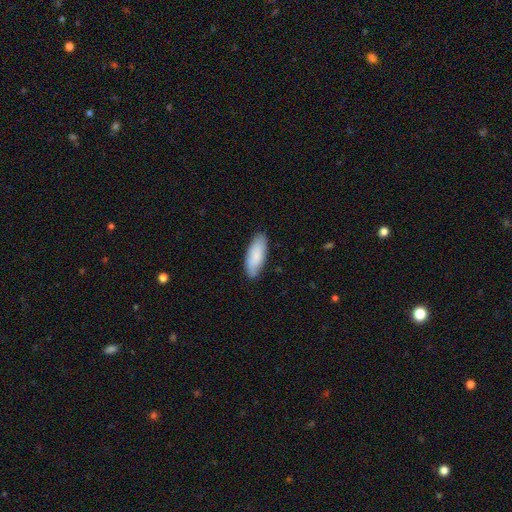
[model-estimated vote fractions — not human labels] Smooth or featured?
  - smooth: 83% *
  - featured or disk: 12%
  - star or artifact: 5%
How rounded?
  - in between: 73% *
  - cigar-shaped: 25%
  - round: 2%
Merging?
  - none: 85% *
  - minor disturbance: 12%
  - major disturbance: 2%
  - merger: 1%